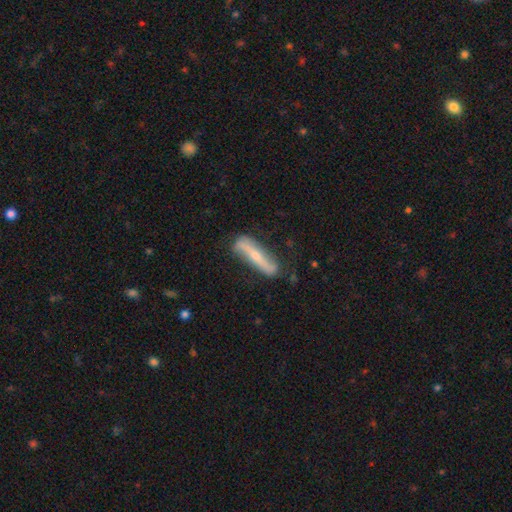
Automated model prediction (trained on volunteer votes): A featured or disk galaxy (68%).

Vote fractions:
- Smooth or featured? featured or disk: 68% / smooth: 27% / star or artifact: 5%
- Edge-on disk? no: 51% / yes: 49%
- Merging? none: 75% / minor disturbance: 19% / major disturbance: 5% / merger: 2%